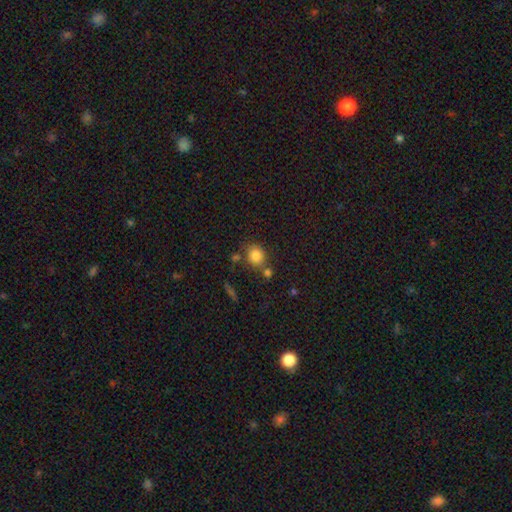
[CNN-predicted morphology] type=smooth (83%); roundness=round (72%); merging=none (65%).